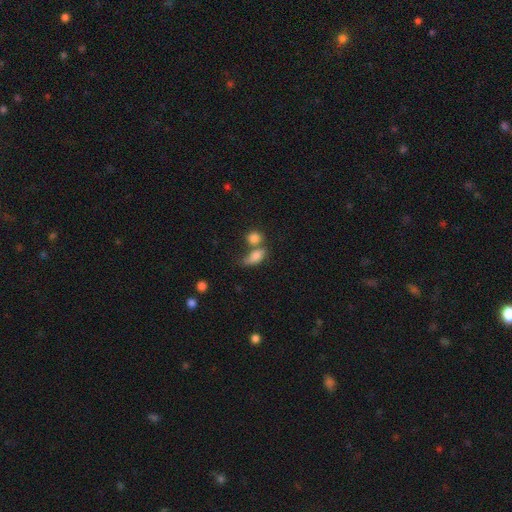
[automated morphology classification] smooth-or-featured: smooth: 79% | featured or disk: 12% | star or artifact: 9%
  how-rounded: in between: 78% | round: 12% | cigar-shaped: 9%
  merging: merger: 44% | none: 29% | minor disturbance: 16% | major disturbance: 12%